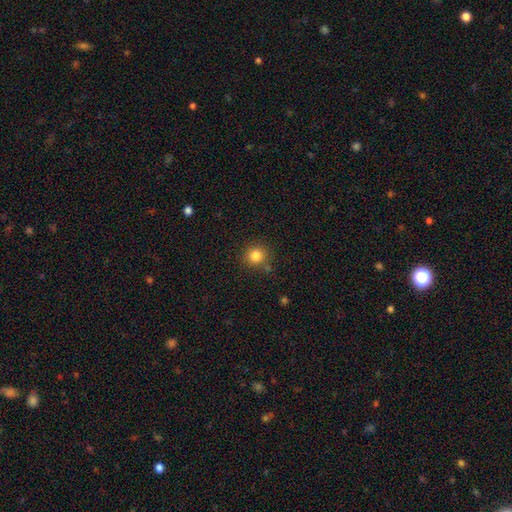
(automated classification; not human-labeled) This appears to be a smooth galaxy with no disk features (83%) that is round (92%). Merging: none (82%).